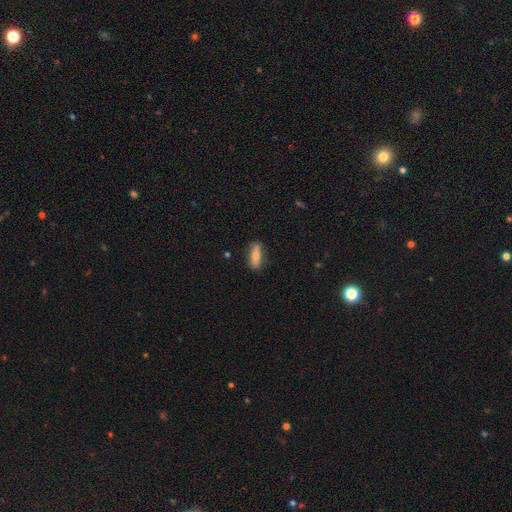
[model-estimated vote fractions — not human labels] Overall: smooth (74%). How rounded: in between (54%; cigar-shaped 43%). Merging: none (83%).